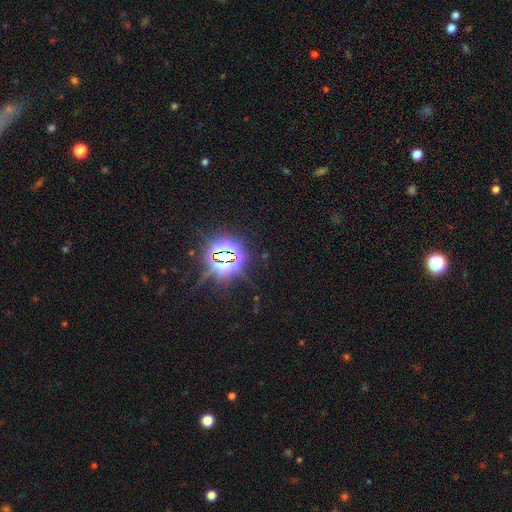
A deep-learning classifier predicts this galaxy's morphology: Smooth or featured?
  - star or artifact: 84% *
  - smooth: 10%
  - featured or disk: 6%